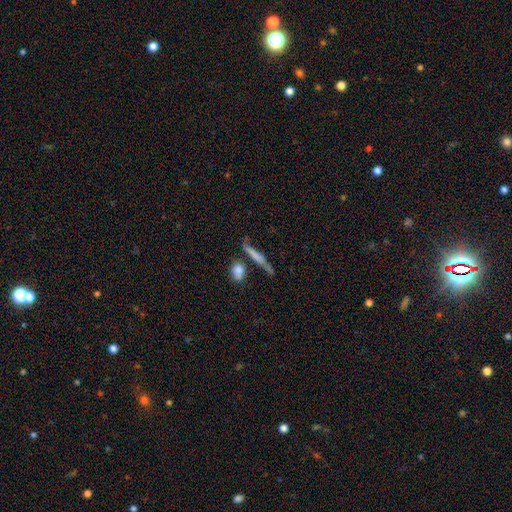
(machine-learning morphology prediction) Smooth or featured? Predicted: smooth (p=0.50). How rounded? Predicted: cigar-shaped (p=0.85). Merging? Predicted: none (p=0.54).